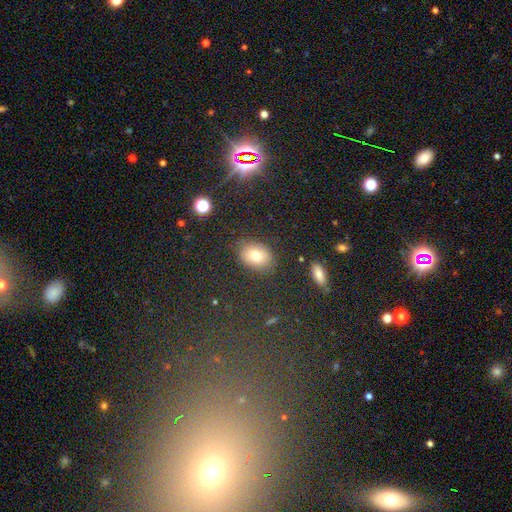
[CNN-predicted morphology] smooth 76%, star or artifact 13%, featured or disk 11%. Down the decision tree: how rounded — in between (70%); merging — none (81%).